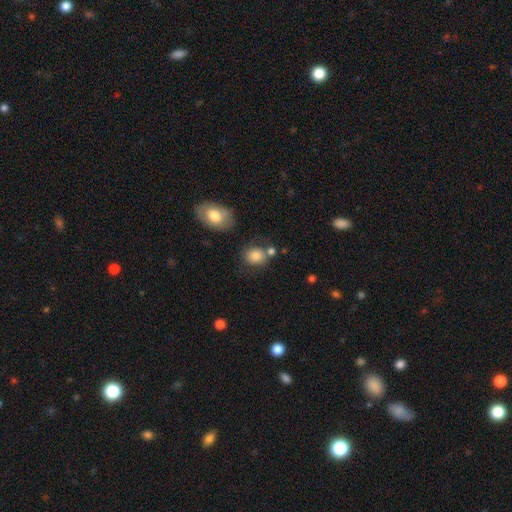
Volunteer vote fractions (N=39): smooth-or-featured: smooth: 77% | featured or disk: 15% | star or artifact: 8%
  how-rounded: round: 67% | in between: 33% | cigar-shaped: 0%
  merging: none: 69% | merger: 17% | major disturbance: 8% | minor disturbance: 6%